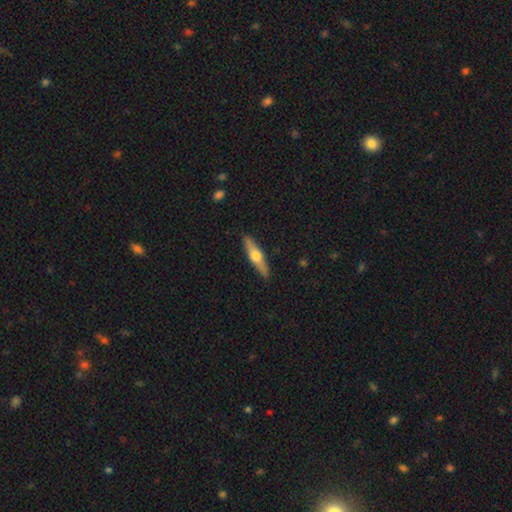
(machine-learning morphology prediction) Smooth or featured?
  - featured or disk: 55% *
  - smooth: 40%
  - star or artifact: 5%
Edge-on disk?
  - yes: 93% *
  - no: 7%
Edge-on bulge?
  - rounded: 94% *
  - none: 3%
  - boxy: 3%
Merging?
  - none: 90% *
  - minor disturbance: 8%
  - major disturbance: 2%
  - merger: 1%